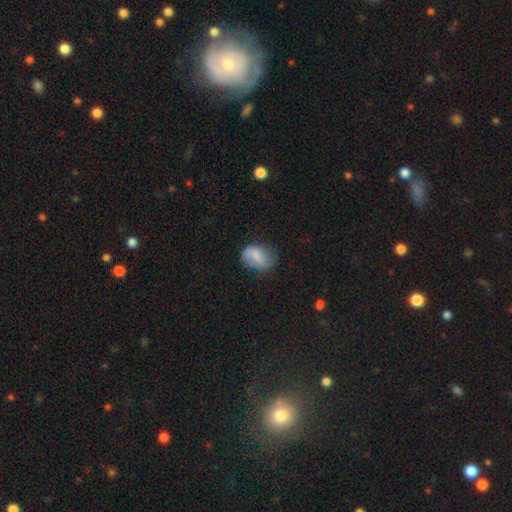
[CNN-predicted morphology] Smooth or featured?
  - smooth: 62% *
  - featured or disk: 29%
  - star or artifact: 8%
How rounded?
  - in between: 70% *
  - round: 28%
  - cigar-shaped: 1%
Merging?
  - none: 54% *
  - minor disturbance: 31%
  - major disturbance: 13%
  - merger: 2%